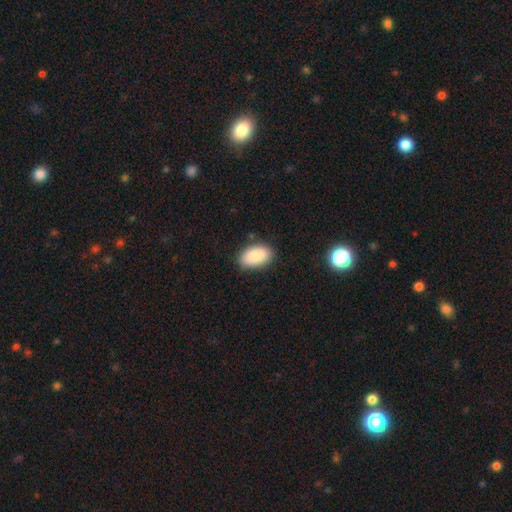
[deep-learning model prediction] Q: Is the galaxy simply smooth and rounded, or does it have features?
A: smooth — 89%.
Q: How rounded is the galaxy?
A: in between — 94%.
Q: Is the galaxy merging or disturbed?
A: none — 82%.